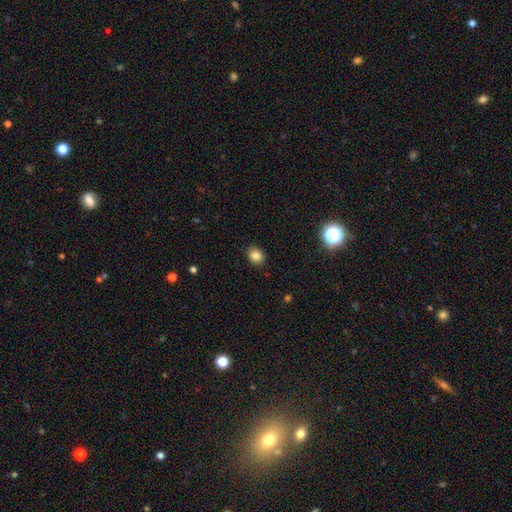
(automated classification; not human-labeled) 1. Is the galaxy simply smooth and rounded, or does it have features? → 84% smooth, 11% star or artifact, 5% featured or disk.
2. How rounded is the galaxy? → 50% round, 49% in between, 1% cigar-shaped.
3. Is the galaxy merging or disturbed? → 88% none, 9% minor disturbance, 2% major disturbance, 1% merger.